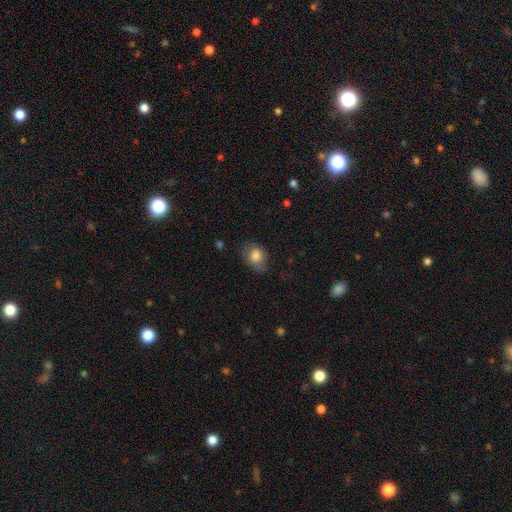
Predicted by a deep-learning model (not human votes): This appears to be a smooth galaxy with no disk features (79%) that is in between round and cigar-shaped (61%). Merging: none (62%).